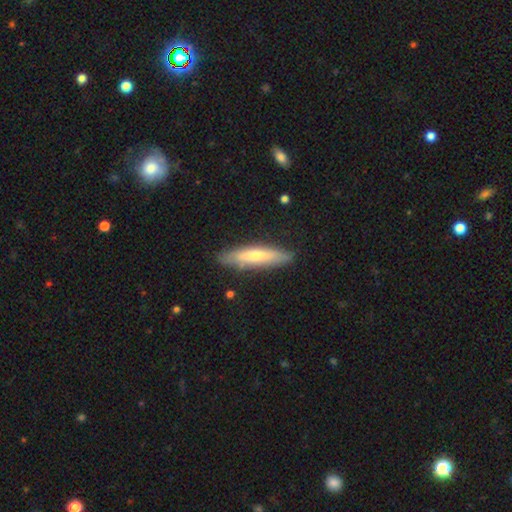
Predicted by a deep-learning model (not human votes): Morphology: type=smooth (59%); roundness=cigar-shaped (82%); merging=none (81%).